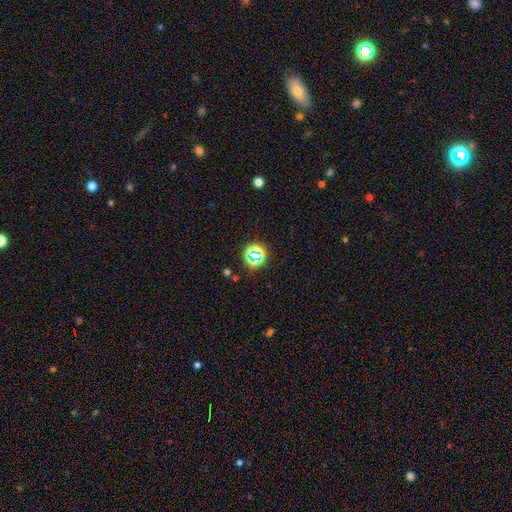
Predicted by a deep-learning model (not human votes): Morphology: type=star or artifact (66%).